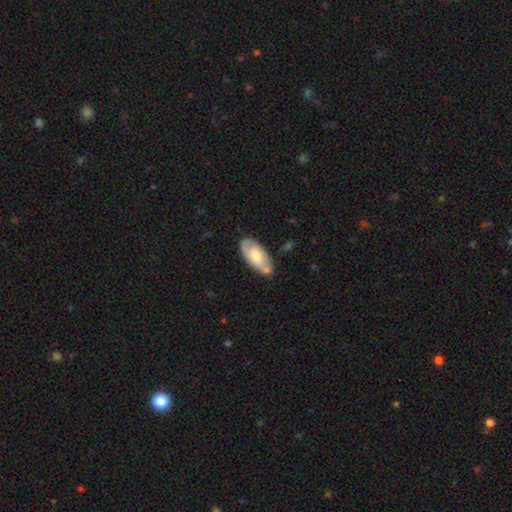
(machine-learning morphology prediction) Smooth or featured? smooth (63%)
How rounded? in between (91%)
Merging? none (67%)